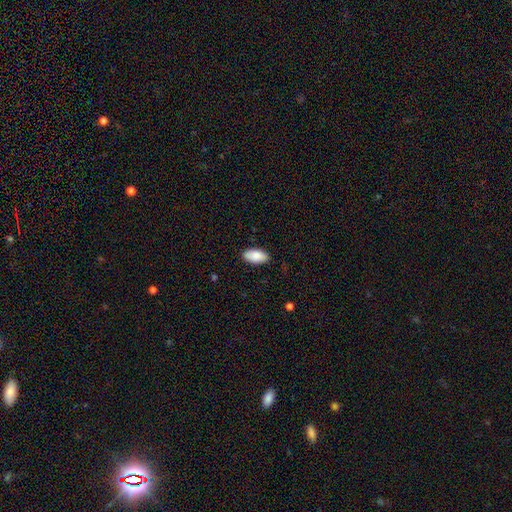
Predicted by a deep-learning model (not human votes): smooth_or_featured: smooth (p=0.86) [alt: featured or disk p=0.07]
how_rounded: in between (p=0.94) [alt: cigar-shaped p=0.04]
merging: none (p=0.87) [alt: minor disturbance p=0.10]